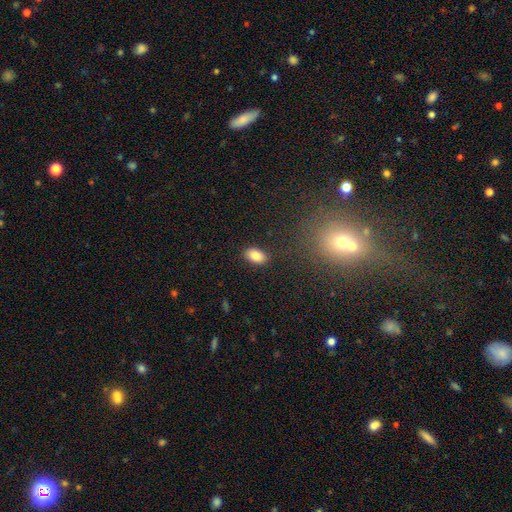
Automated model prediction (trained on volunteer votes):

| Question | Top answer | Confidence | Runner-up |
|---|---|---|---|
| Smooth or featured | smooth | 84% | star or artifact (9%) |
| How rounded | in between | 91% | round (7%) |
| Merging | none | 87% | minor disturbance (9%) |